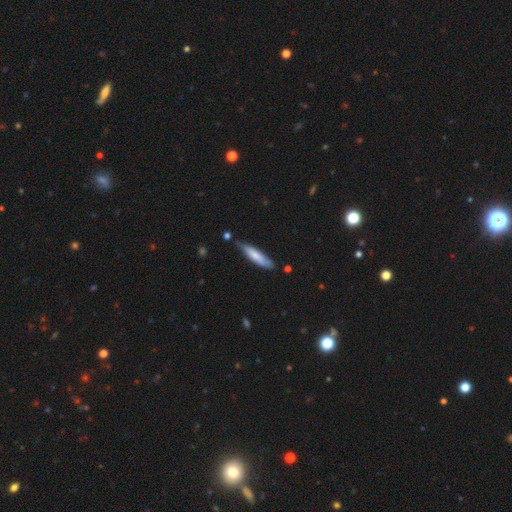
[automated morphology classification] Overall: smooth (68%). How rounded: cigar-shaped (80%). Merging: none (70%).